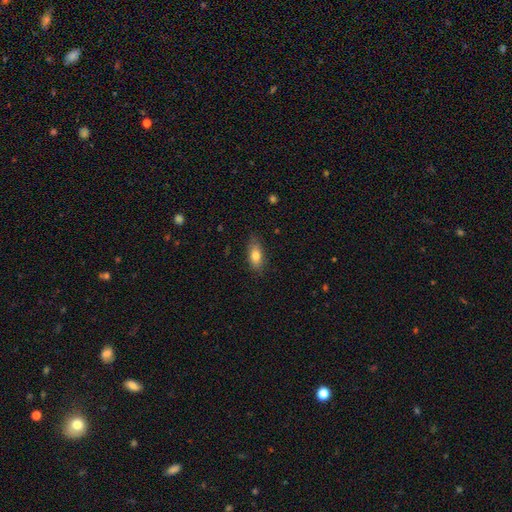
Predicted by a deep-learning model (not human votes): This is likely a smooth galaxy (78%). How rounded: clearly in between (81%). Merging: likely none (79%).